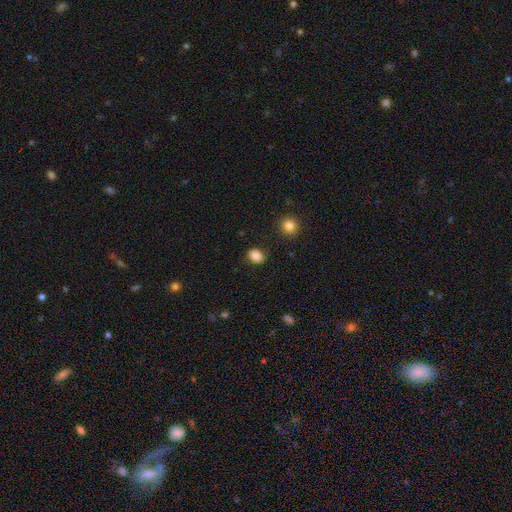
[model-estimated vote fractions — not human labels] A smooth galaxy with no disk features (85%) that is in between round and cigar-shaped (52%).

Vote fractions:
- Smooth or featured? smooth: 85% / star or artifact: 10% / featured or disk: 5%
- How rounded? in between: 52% / round: 47% / cigar-shaped: 1%
- Merging? none: 85% / minor disturbance: 10% / major disturbance: 3% / merger: 2%